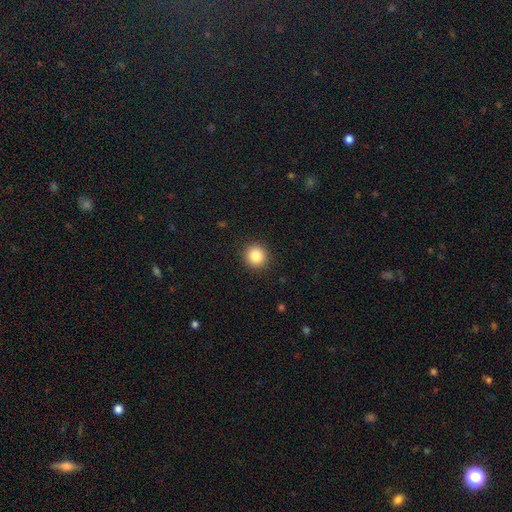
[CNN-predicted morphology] smooth_or_featured: smooth (p=0.86) [alt: star or artifact p=0.10]
how_rounded: round (p=0.92) [alt: in between p=0.07]
merging: none (p=0.91) [alt: minor disturbance p=0.06]